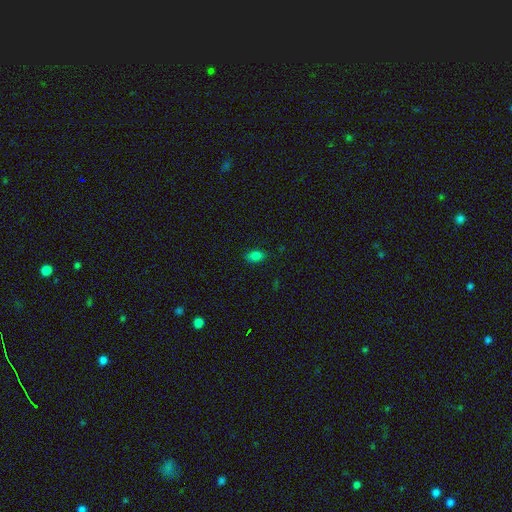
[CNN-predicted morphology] Smooth or featured? smooth (81%)
How rounded? in between (88%)
Merging? none (84%)